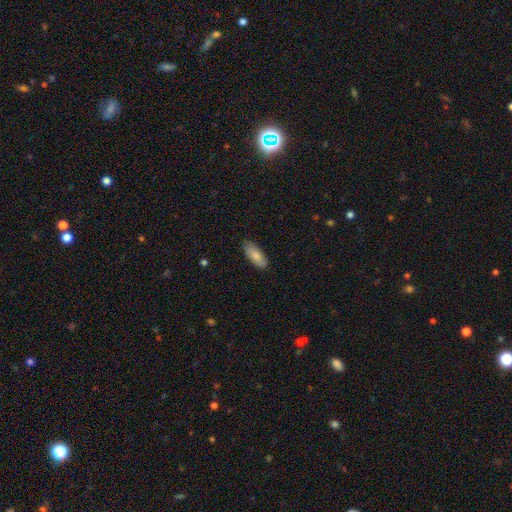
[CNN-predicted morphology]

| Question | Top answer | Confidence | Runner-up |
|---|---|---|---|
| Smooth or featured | smooth | 83% | featured or disk (12%) |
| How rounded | in between | 77% | cigar-shaped (21%) |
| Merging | none | 85% | minor disturbance (12%) |